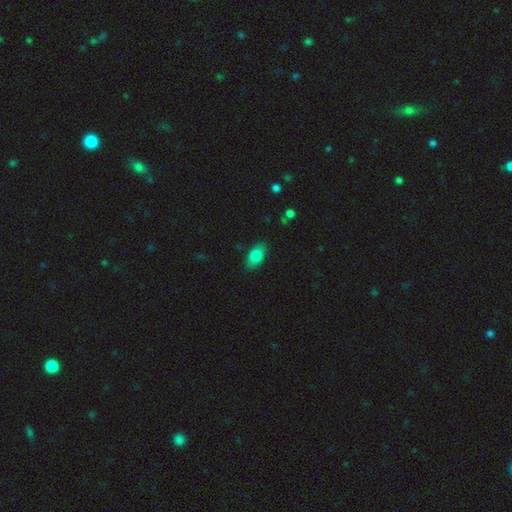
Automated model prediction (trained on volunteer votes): smooth_or_featured: smooth (p=0.81) [alt: featured or disk p=0.12]
how_rounded: in between (p=0.91) [alt: round p=0.06]
merging: none (p=0.84) [alt: minor disturbance p=0.12]